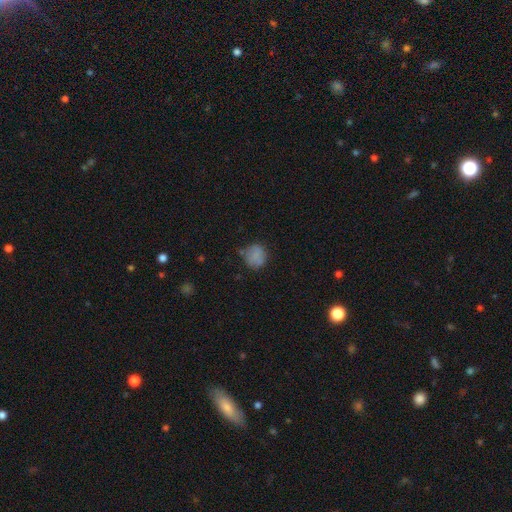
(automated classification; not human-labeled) smooth 81%, star or artifact 11%, featured or disk 9%. Down the decision tree: how rounded — round (83%); merging — none (69%).